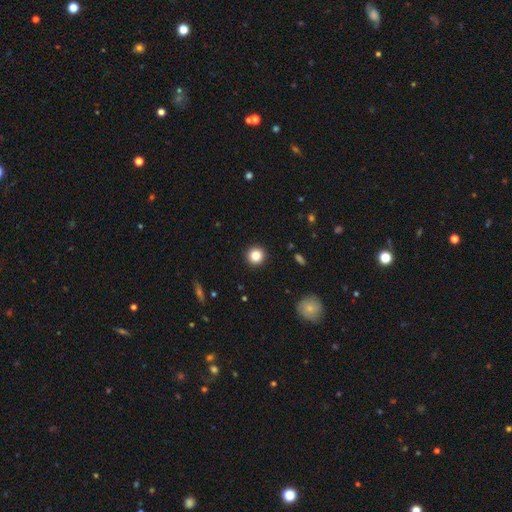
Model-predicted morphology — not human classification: Smooth or featured?
  - smooth: 83% *
  - star or artifact: 11%
  - featured or disk: 6%
How rounded?
  - round: 95% *
  - in between: 4%
  - cigar-shaped: 1%
Merging?
  - none: 93% *
  - minor disturbance: 4%
  - major disturbance: 2%
  - merger: 1%